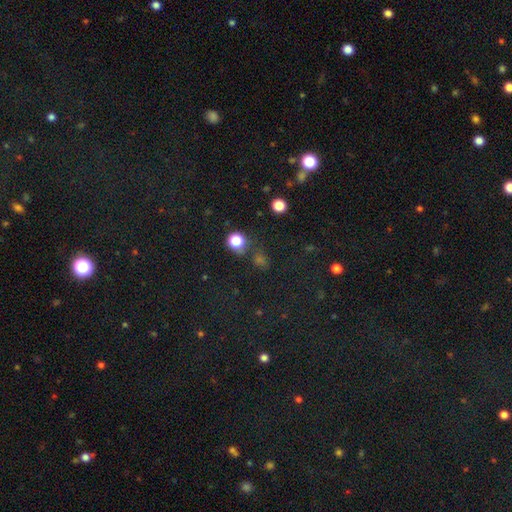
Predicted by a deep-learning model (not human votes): Smooth or featured?
  - star or artifact: 51% *
  - smooth: 40%
  - featured or disk: 8%